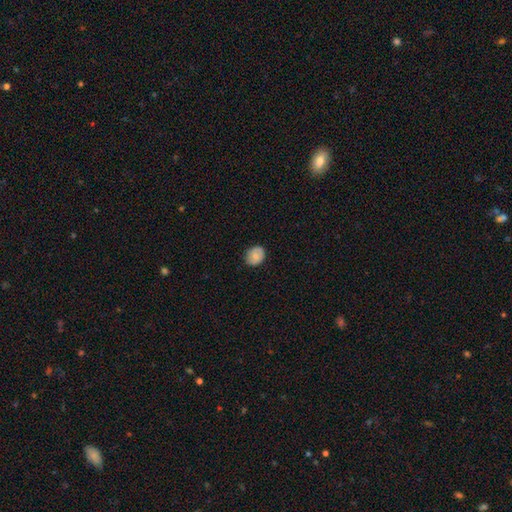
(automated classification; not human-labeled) Q: Smooth or featured?
A: smooth (78%); runner-up: featured or disk (14%)
Q: How rounded?
A: round (58%); runner-up: in between (41%)
Q: Merging?
A: none (83%); runner-up: minor disturbance (13%)